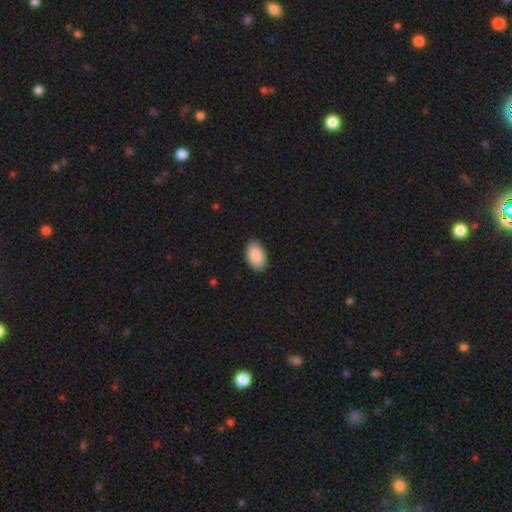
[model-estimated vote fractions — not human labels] Smooth or featured: smooth — 90% (star or artifact — 6%)
How rounded: in between — 95% (round — 4%)
Merging: none — 89% (minor disturbance — 8%)